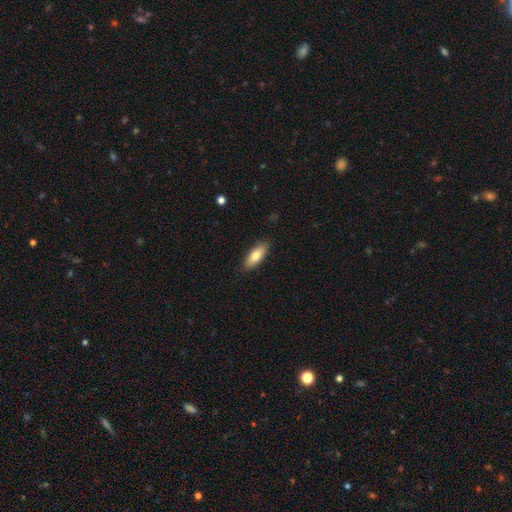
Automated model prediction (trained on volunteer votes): smooth-or-featured: smooth: 75% | featured or disk: 19% | star or artifact: 6%
  how-rounded: in between: 73% | cigar-shaped: 25% | round: 2%
  merging: none: 87% | minor disturbance: 10% | major disturbance: 2% | merger: 1%